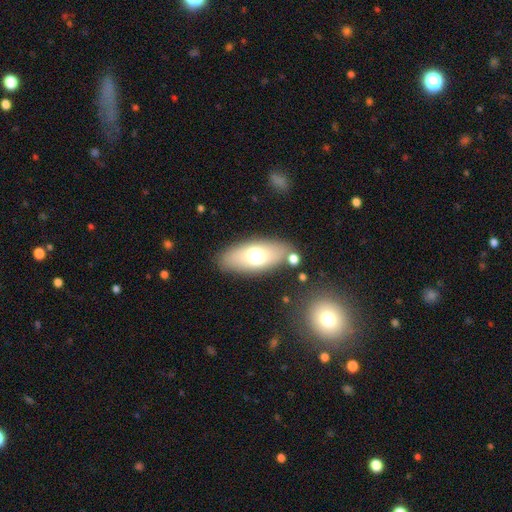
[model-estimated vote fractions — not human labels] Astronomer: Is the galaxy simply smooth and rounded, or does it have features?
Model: smooth — 66%.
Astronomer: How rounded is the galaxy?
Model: in between — 84%.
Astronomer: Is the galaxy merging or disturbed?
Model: none — 80%.